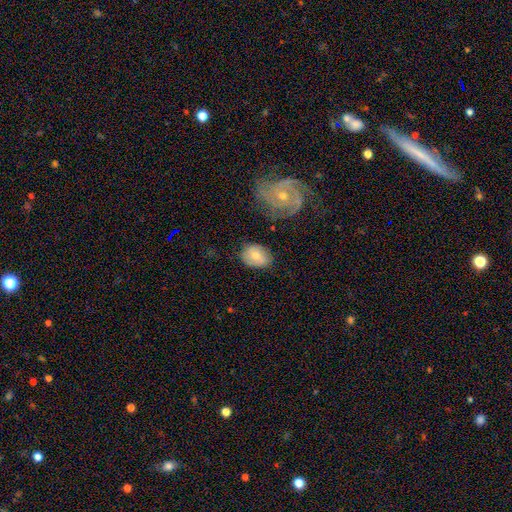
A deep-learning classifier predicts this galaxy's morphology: A smooth galaxy with no disk features (61%) that is in between round and cigar-shaped (65%). Merging: none (68%).